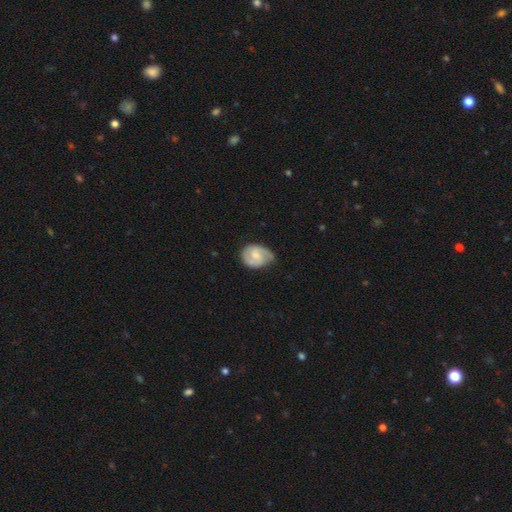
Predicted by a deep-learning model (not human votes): This is likely a featured or disk galaxy (72%). It is clearly not viewed edge-on (98%). Bar: possibly weak (53%). Spiral arm pattern: clearly yes (94%). Spiral arm count: clearly 2 (83%). Spiral winding: possibly medium (48%). Central bulge: marginally small (44%). Merging: likely none (66%).